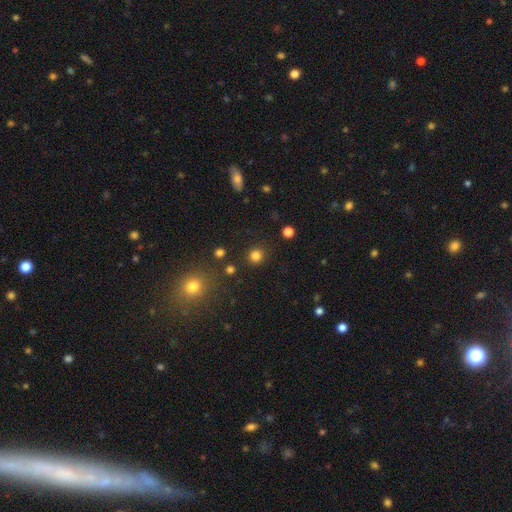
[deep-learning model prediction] This is clearly a smooth galaxy (81%). How rounded: clearly round (93%). Merging: clearly none (89%).